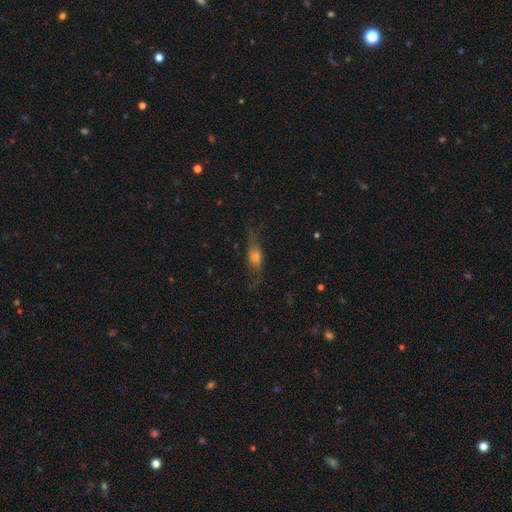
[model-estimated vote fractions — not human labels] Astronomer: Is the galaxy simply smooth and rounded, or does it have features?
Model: featured or disk — 51% (runner-up: smooth, 34%).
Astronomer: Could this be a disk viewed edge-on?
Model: yes — 61% (runner-up: no, 39%).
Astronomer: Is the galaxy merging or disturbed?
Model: none — 60%.